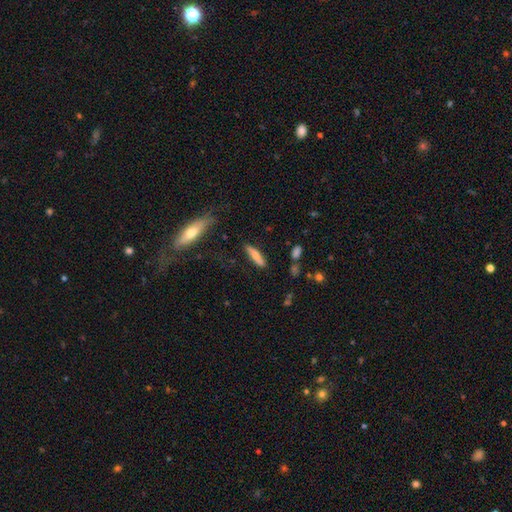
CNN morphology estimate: Smooth or featured? smooth (61%)
How rounded? cigar-shaped (75%)
Merging? none (81%)